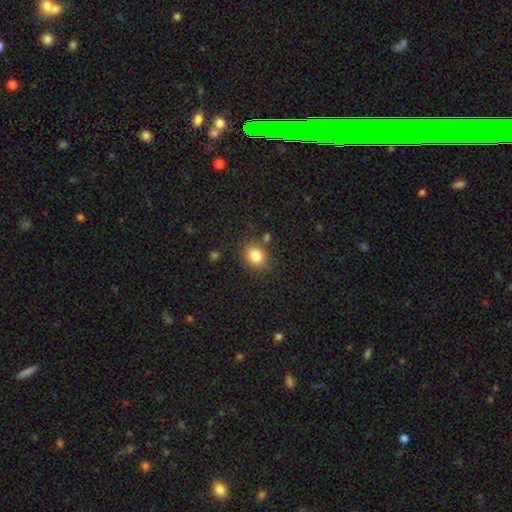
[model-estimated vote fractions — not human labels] A smooth galaxy with no disk features (84%) that is round (57%). Merging: none (80%).